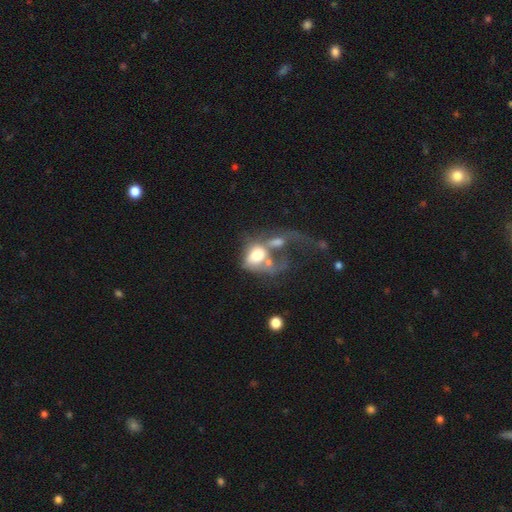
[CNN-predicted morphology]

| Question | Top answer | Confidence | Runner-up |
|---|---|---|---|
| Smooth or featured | smooth | 51% | featured or disk (38%) |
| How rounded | in between | 72% | round (26%) |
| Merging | merger | 56% | major disturbance (30%) |